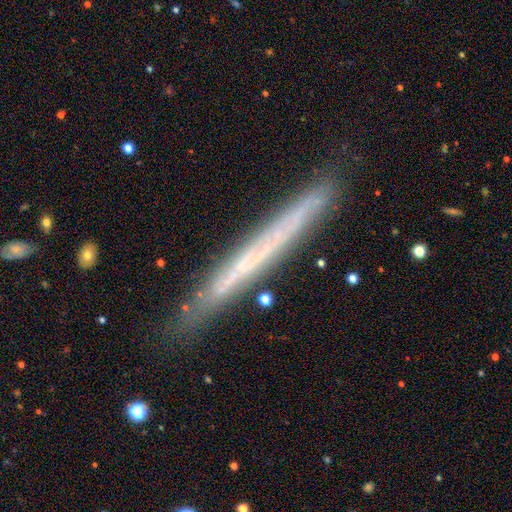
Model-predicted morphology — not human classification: Smooth or featured?
  - featured or disk: 56% *
  - smooth: 36%
  - star or artifact: 8%
Edge-on disk?
  - yes: 92% *
  - no: 8%
Edge-on bulge?
  - none: 92% *
  - rounded: 5%
  - boxy: 3%
Merging?
  - none: 85% *
  - minor disturbance: 12%
  - major disturbance: 2%
  - merger: 2%